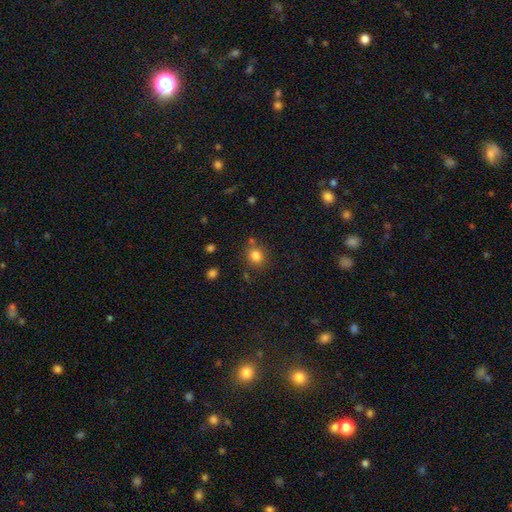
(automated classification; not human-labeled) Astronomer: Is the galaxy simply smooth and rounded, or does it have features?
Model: smooth — 82%.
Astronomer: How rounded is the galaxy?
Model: round — 80%.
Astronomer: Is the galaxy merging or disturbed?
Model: none — 76%.